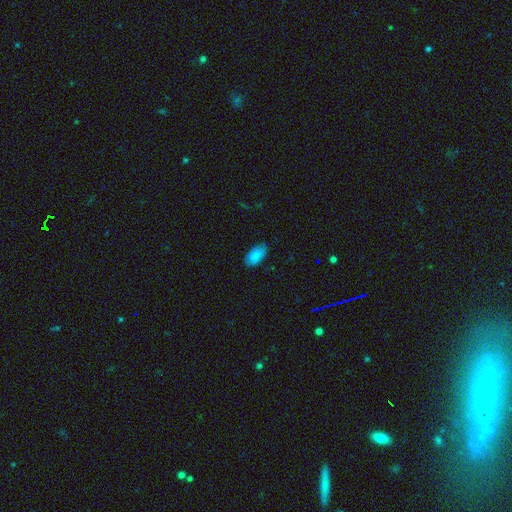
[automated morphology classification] smooth-or-featured: smooth: 87% | star or artifact: 7% | featured or disk: 6%
  how-rounded: in between: 94% | cigar-shaped: 3% | round: 3%
  merging: none: 81% | minor disturbance: 16% | major disturbance: 3% | merger: 1%